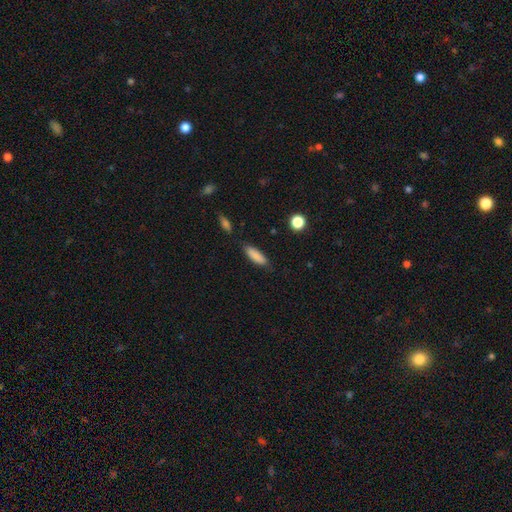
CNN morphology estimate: This appears to be a smooth galaxy with no disk features (87%) that is in between round and cigar-shaped (49%, tied with cigar-shaped). Merging: none (81%).